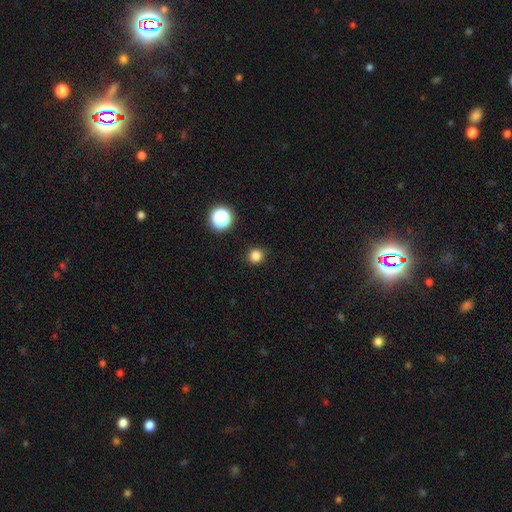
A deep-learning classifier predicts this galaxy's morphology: A smooth galaxy with no disk features (82%) that is round (93%). Merging: none (91%).